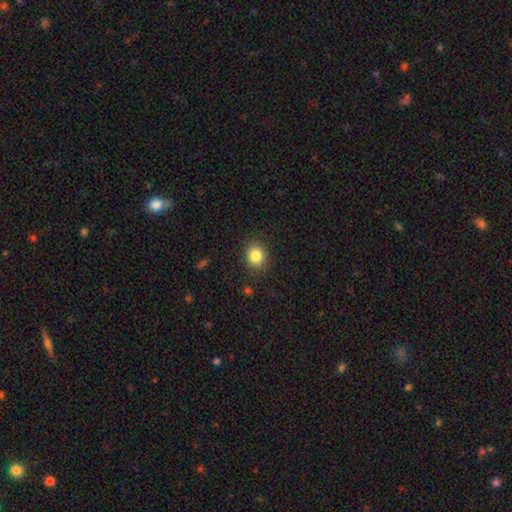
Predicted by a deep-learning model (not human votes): A smooth galaxy with no disk features (85%) that is round (65%). Merging: none (88%).